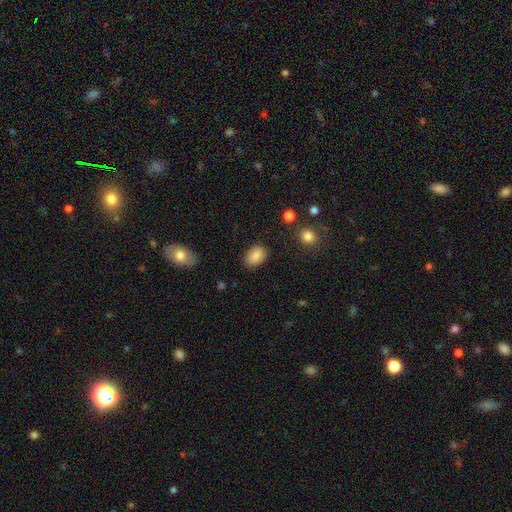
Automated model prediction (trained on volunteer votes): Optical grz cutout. It shows a smooth galaxy with no disk features (87%) that is in between round and cigar-shaped (79%). Merging: none (83%).